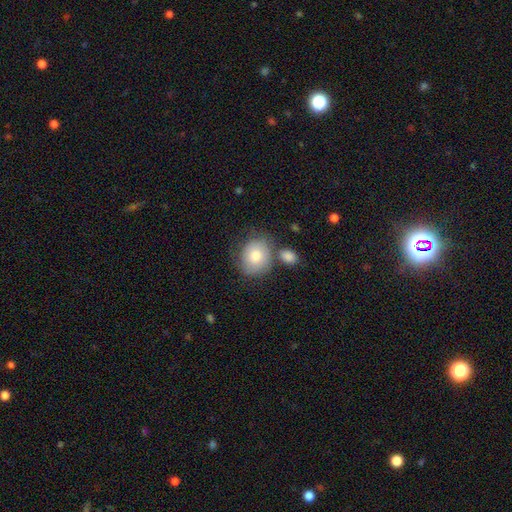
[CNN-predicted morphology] This is likely a smooth galaxy (78%). How rounded: likely round (70%). Merging: possibly none (59%).